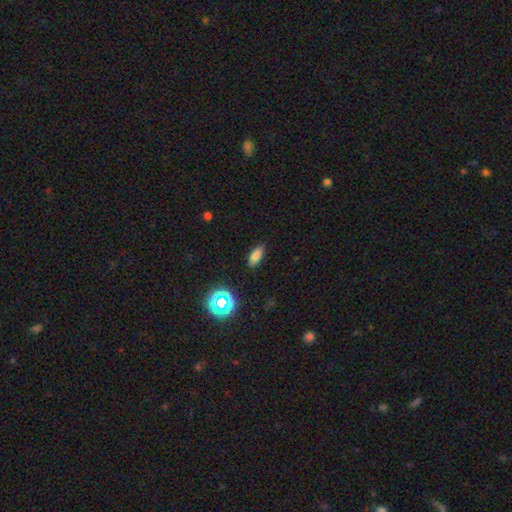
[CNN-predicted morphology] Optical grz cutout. It shows a smooth galaxy with no disk features (78%) that is in between round and cigar-shaped (72%). Merging: none (86%).